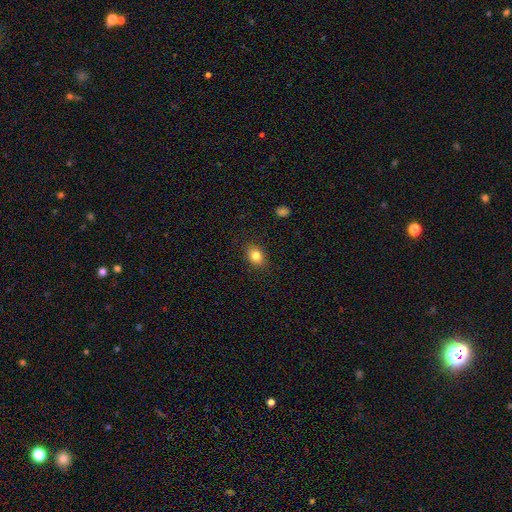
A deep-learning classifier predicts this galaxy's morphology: Smooth or featured? Predicted: smooth (p=0.83). How rounded? Predicted: in between (p=0.58). Merging? Predicted: none (p=0.87).